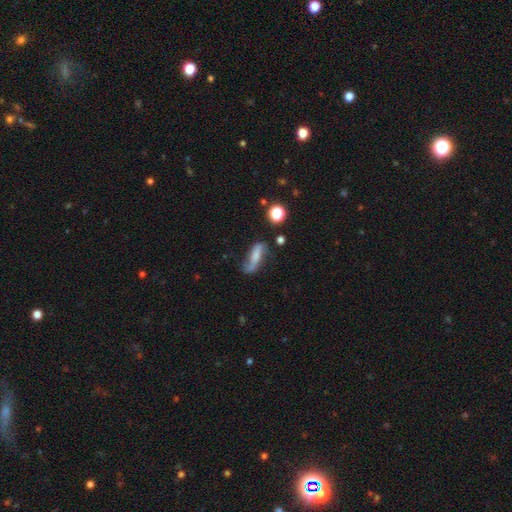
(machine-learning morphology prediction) type=featured or disk (50%); merging=none (55%).